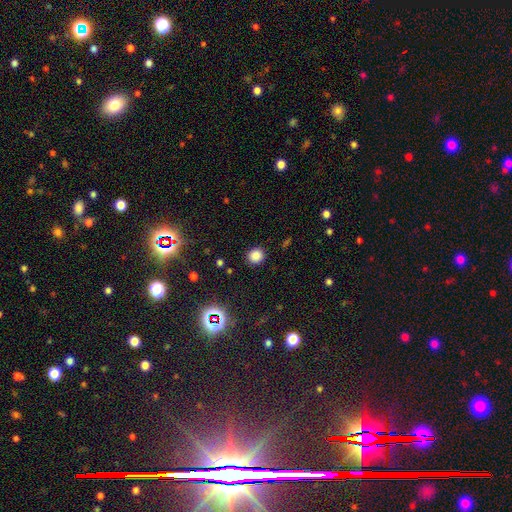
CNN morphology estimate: This is clearly a smooth galaxy (81%). How rounded: clearly round (85%). Merging: clearly none (89%).